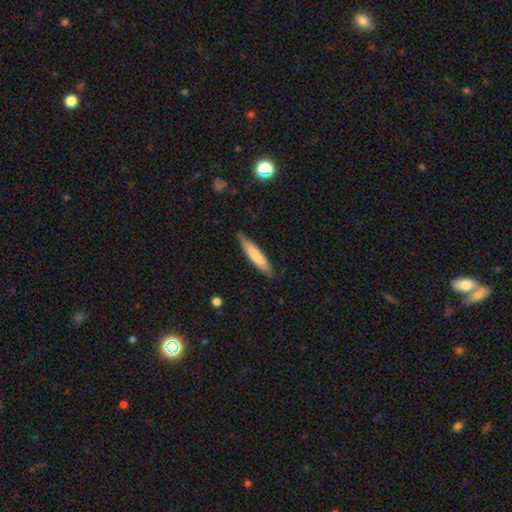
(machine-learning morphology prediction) A smooth galaxy with no disk features (74%) that is cigar-shaped (87%). Merging: none (85%).